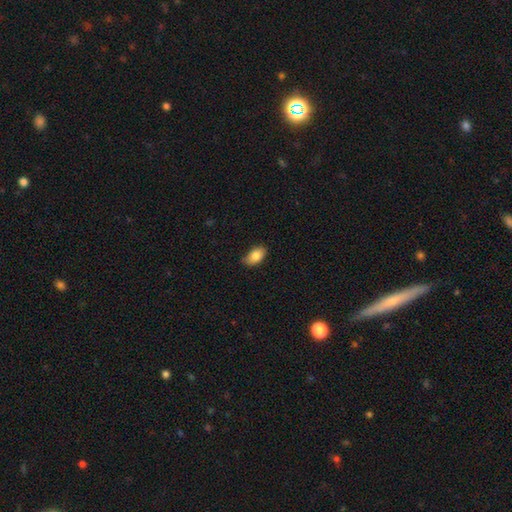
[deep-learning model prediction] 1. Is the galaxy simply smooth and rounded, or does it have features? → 84% smooth, 9% featured or disk, 7% star or artifact.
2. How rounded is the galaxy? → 92% in between, 6% round, 2% cigar-shaped.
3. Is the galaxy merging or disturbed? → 74% none, 22% minor disturbance, 3% major disturbance, 1% merger.